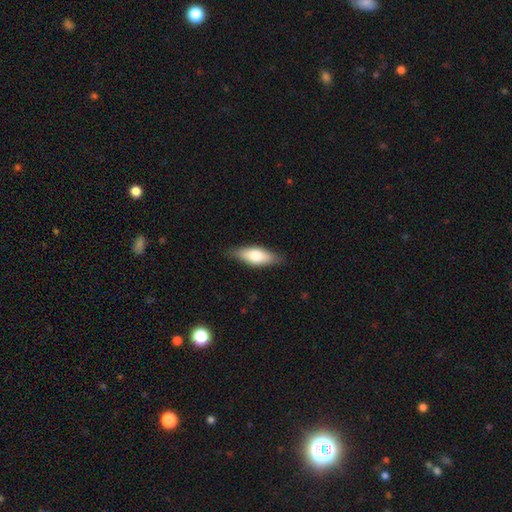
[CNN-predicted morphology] This appears to be a smooth galaxy with no disk features (70%) that is in between round and cigar-shaped (68%). Merging: none (82%).